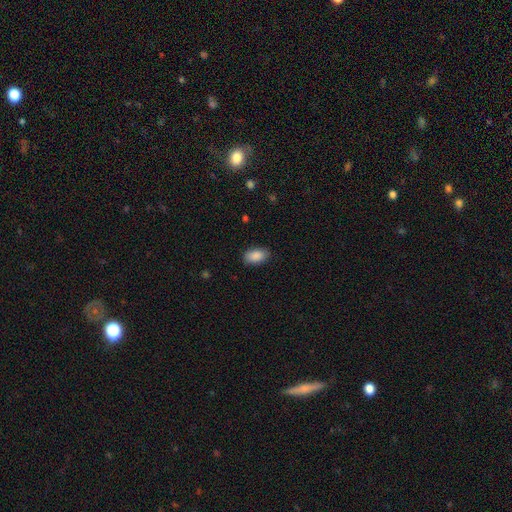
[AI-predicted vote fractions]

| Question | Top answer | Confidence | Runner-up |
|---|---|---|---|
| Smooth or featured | smooth | 89% | star or artifact (7%) |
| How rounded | in between | 93% | round (5%) |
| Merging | none | 86% | minor disturbance (11%) |